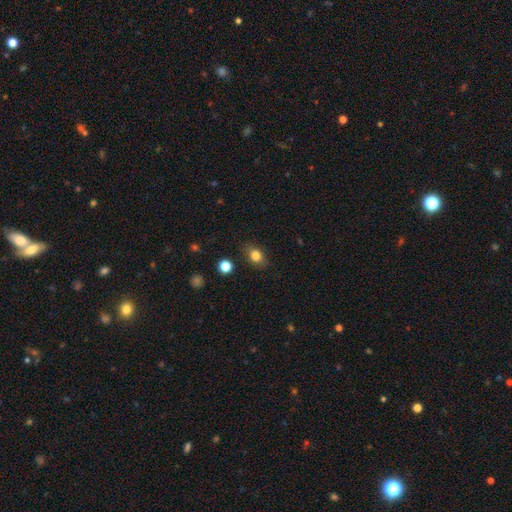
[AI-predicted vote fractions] Morphology: type=smooth (81%); roundness=in between (69%); merging=none (82%).